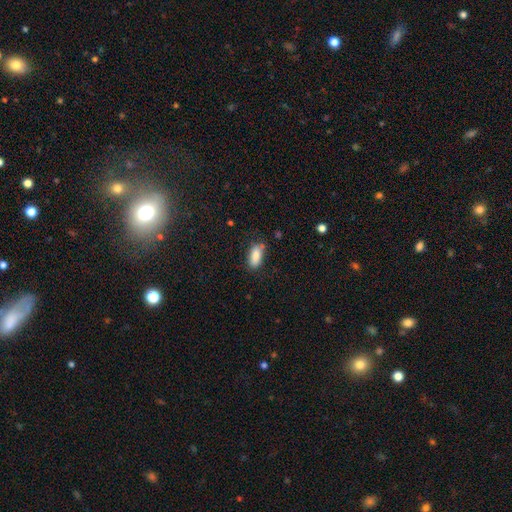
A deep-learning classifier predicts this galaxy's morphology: Overall: smooth (85%). How rounded: in between (87%). Merging: none (74%).